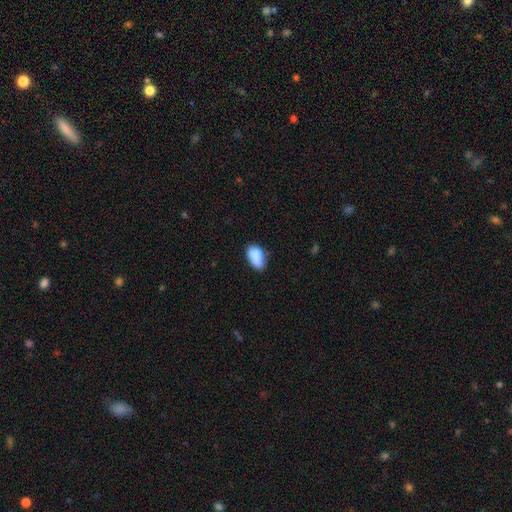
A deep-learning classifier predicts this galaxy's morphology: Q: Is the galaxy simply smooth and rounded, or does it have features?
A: smooth — 86%.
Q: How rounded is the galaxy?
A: in between — 92%.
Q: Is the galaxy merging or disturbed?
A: none — 60%.